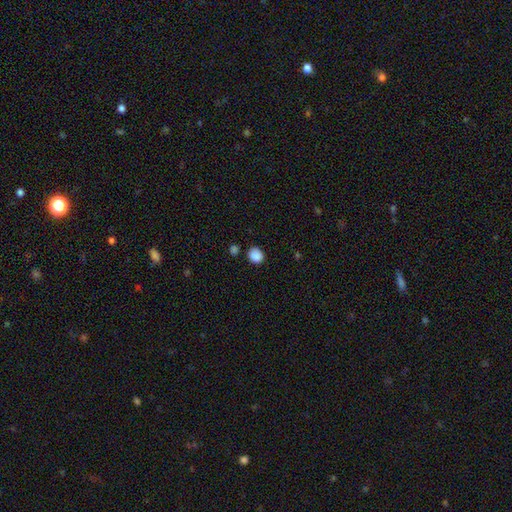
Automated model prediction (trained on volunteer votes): Overall: smooth (87%). How rounded: round (70%). Merging: none (77%).